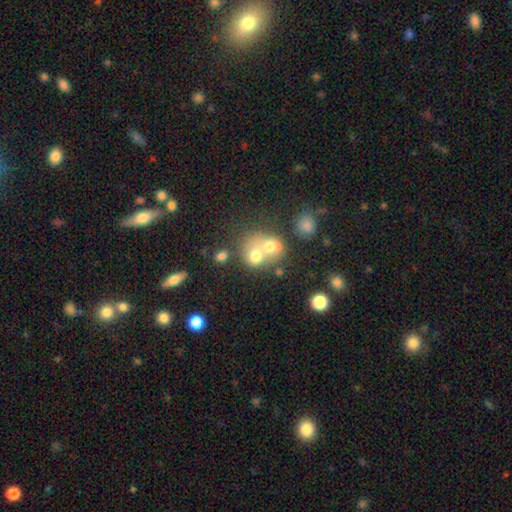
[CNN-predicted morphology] smooth_or_featured: smooth (p=0.64) [alt: featured or disk p=0.23]
how_rounded: round (p=0.67) [alt: in between p=0.32]
merging: merger (p=0.65) [alt: none p=0.24]